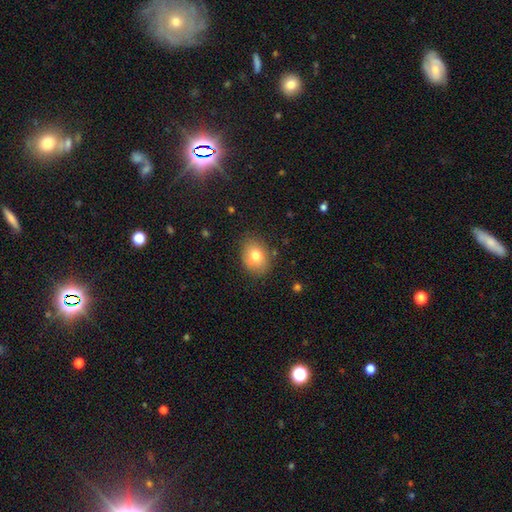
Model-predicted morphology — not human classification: Overall: smooth (77%). How rounded: in between (60%; round 39%). Merging: none (81%).